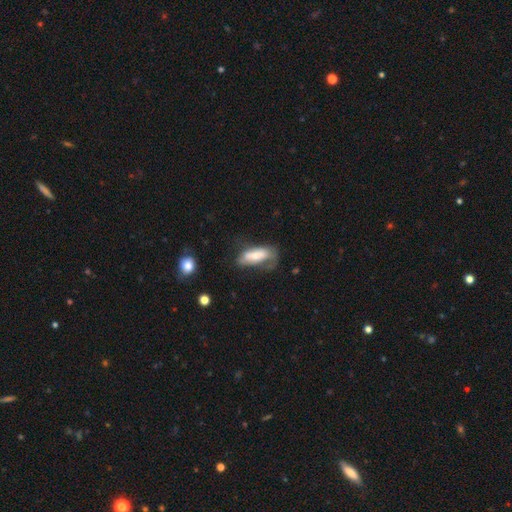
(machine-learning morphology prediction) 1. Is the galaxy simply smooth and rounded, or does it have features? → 60% smooth, 33% featured or disk, 7% star or artifact.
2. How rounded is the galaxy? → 74% in between, 23% cigar-shaped, 2% round.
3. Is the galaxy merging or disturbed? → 39% none, 31% minor disturbance, 26% major disturbance, 4% merger.